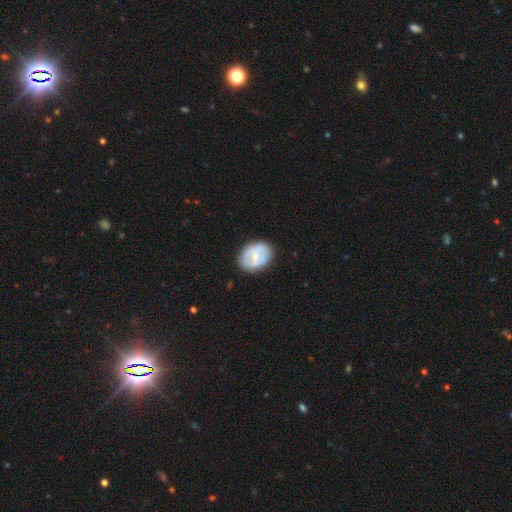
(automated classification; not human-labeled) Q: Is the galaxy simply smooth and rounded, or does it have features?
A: smooth — 52%.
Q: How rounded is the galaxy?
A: in between — 59%.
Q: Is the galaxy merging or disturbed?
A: none — 82%.